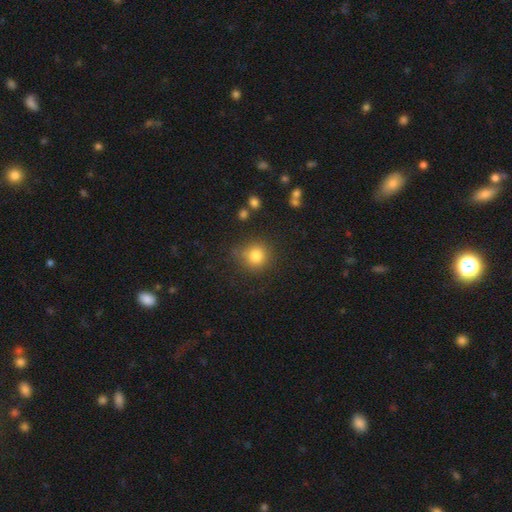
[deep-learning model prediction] Smooth or featured?
  - smooth: 82% *
  - star or artifact: 12%
  - featured or disk: 6%
How rounded?
  - round: 90% *
  - in between: 9%
  - cigar-shaped: 1%
Merging?
  - none: 77% *
  - minor disturbance: 14%
  - major disturbance: 5%
  - merger: 4%